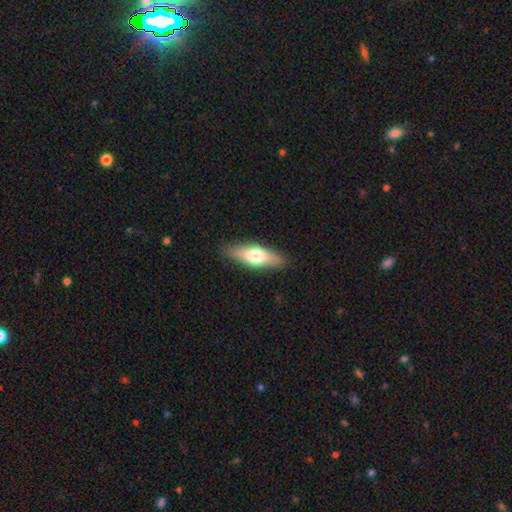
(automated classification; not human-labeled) The model was most divided on "how rounded": in between: 56%, cigar-shaped: 41%, round: 3%. More confident: merging — none (86%); smooth or featured — smooth (60%).